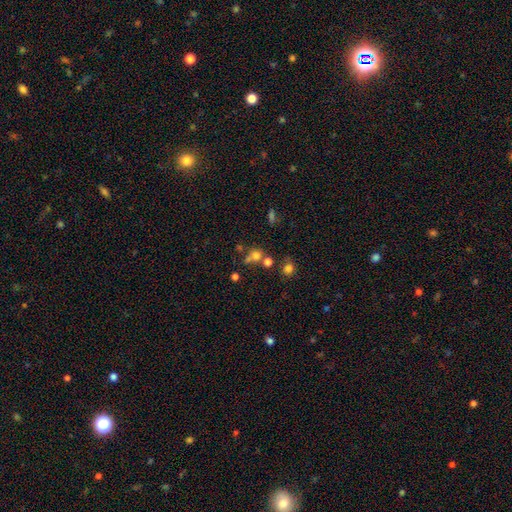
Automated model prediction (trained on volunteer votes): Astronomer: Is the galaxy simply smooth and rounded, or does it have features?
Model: smooth — 67%.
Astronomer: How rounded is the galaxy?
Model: round — 81%.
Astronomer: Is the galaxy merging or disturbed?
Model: none — 46% (runner-up: merger, 36%).